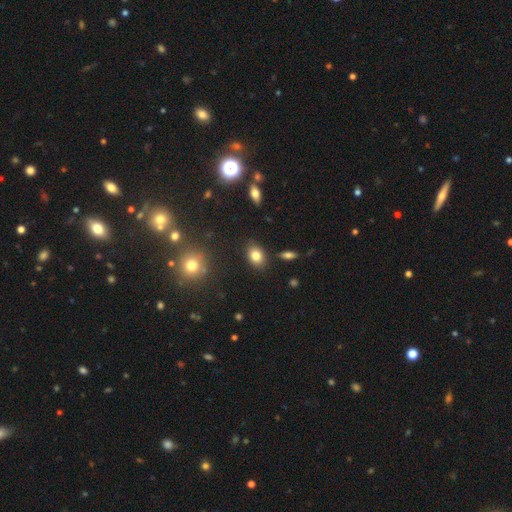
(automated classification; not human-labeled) smooth 82%, star or artifact 10%, featured or disk 9%. Down the decision tree: how rounded — in between (72%); merging — none (85%).